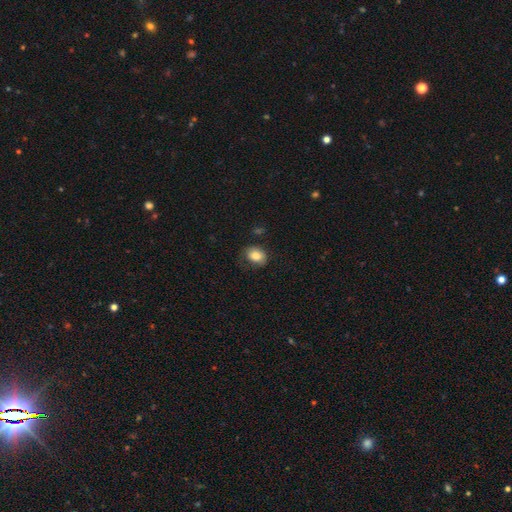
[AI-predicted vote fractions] Smooth or featured? Predicted: smooth (p=0.82). How rounded? Predicted: in between (p=0.59). Merging? Predicted: none (p=0.71).